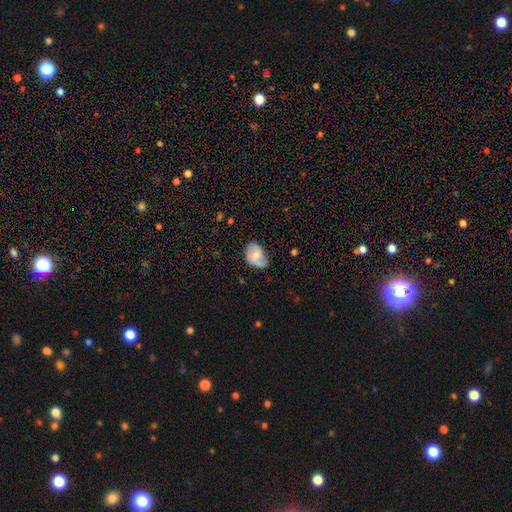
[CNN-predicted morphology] Overall: smooth (52%; featured or disk 41%). How rounded: in between (77%). Merging: none (50%; minor disturbance 37%).